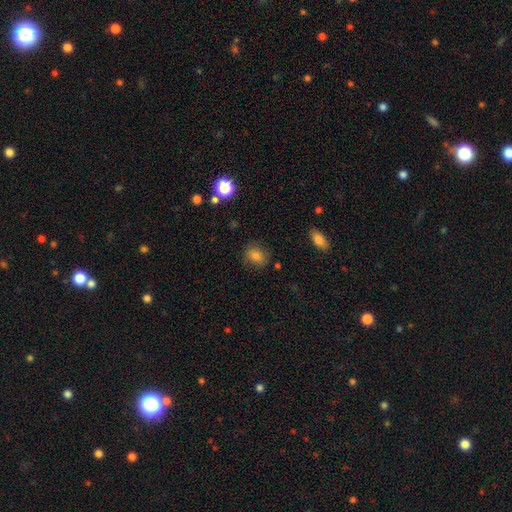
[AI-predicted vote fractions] Morphology: type=smooth (81%); roundness=round (54%); merging=none (80%).